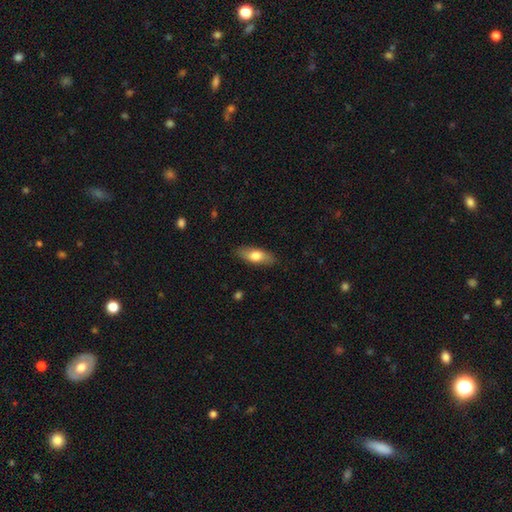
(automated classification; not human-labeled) Smooth or featured: smooth — 71% (featured or disk — 24%)
How rounded: in between — 72% (cigar-shaped — 25%)
Merging: none — 87% (minor disturbance — 10%)